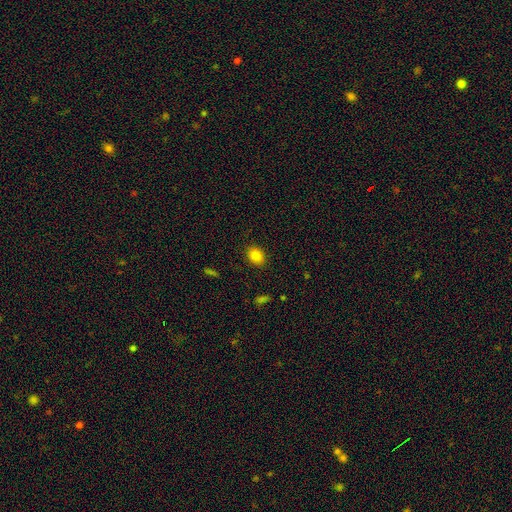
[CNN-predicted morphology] The model was most divided on "how rounded": in between: 64%, round: 35%, cigar-shaped: 1%. More confident: merging — none (88%); smooth or featured — smooth (85%).